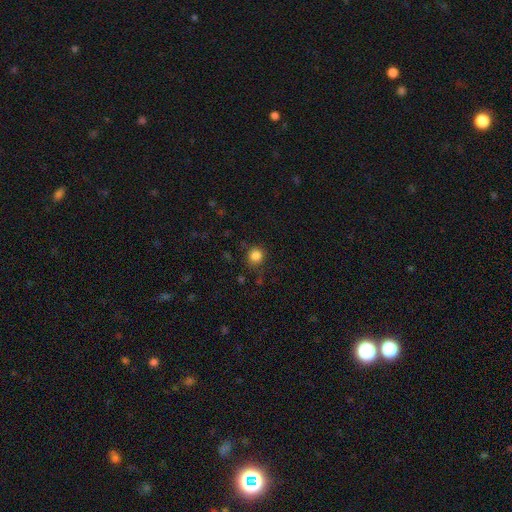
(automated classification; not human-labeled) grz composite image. It shows a smooth galaxy with no disk features (85%) that is round (91%). Merging: none (82%).